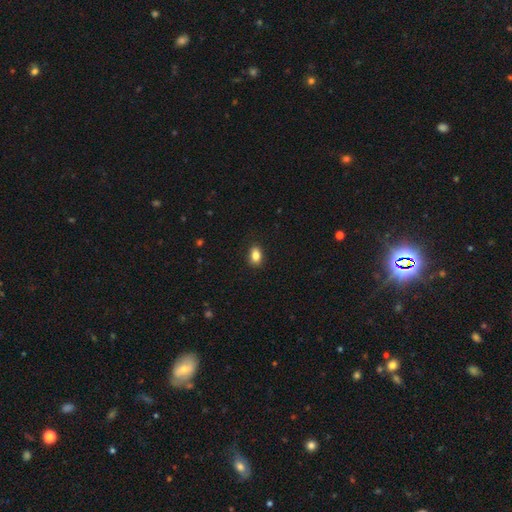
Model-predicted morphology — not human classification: The model was most divided on "how rounded": in between: 80%, round: 18%, cigar-shaped: 2%. More confident: merging — none (89%); smooth or featured — smooth (84%).